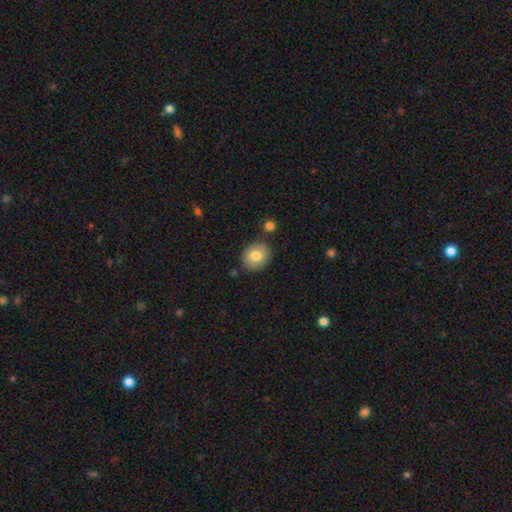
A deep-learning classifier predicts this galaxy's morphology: smooth 79%, featured or disk 13%, star or artifact 8%. Down the decision tree: how rounded — round (61%); merging — none (82%).